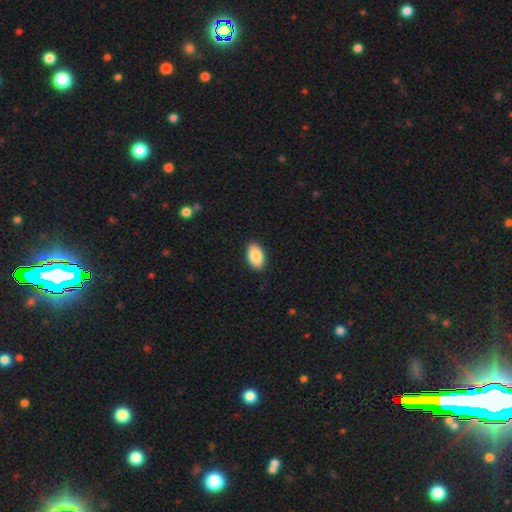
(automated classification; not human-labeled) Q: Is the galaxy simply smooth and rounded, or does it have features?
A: smooth — 88%.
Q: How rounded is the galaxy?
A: in between — 94%.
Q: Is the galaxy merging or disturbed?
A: none — 90%.